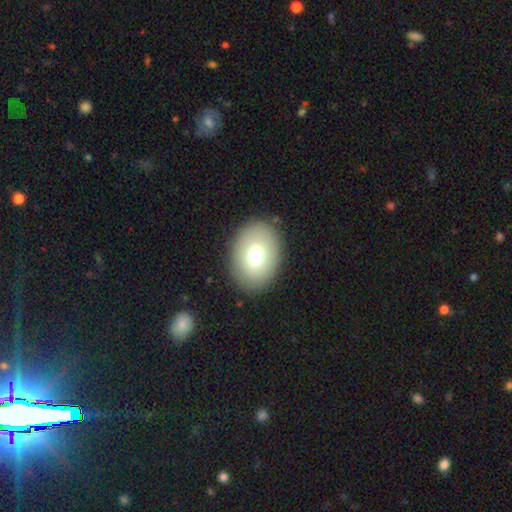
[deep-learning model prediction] Overall: smooth (71%). How rounded: in between (70%). Merging: none (86%).